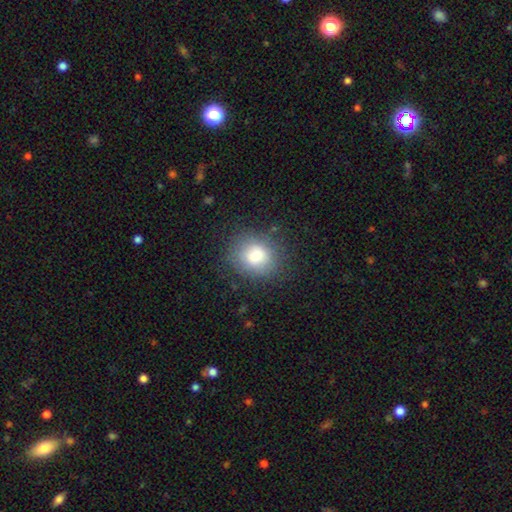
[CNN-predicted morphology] smooth 77%, featured or disk 13%, star or artifact 10%. Down the decision tree: how rounded — round (66%); merging — none (79%).